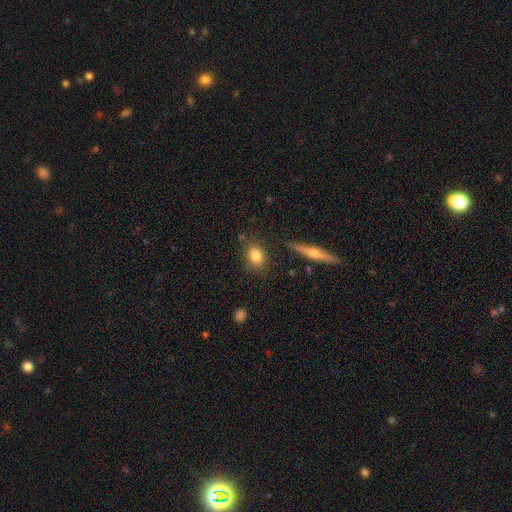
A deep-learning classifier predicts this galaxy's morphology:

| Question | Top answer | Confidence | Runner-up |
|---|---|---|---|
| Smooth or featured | smooth | 80% | featured or disk (11%) |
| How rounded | in between | 62% | round (34%) |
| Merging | none | 79% | minor disturbance (13%) |